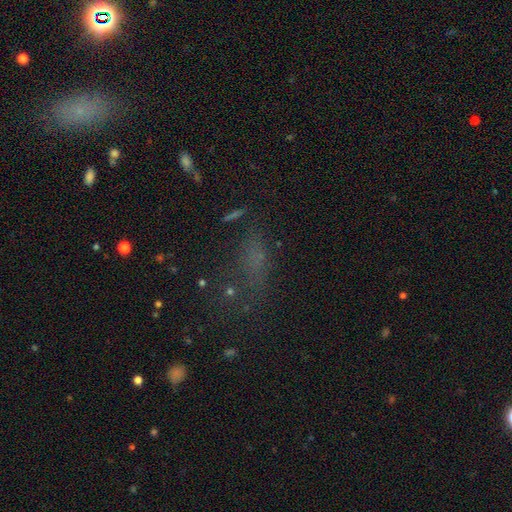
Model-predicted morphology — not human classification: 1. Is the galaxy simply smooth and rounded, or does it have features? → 52% smooth, 31% star or artifact, 17% featured or disk.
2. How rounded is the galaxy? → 63% in between, 26% cigar-shaped, 11% round.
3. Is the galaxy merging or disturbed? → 48% none, 24% major disturbance, 21% minor disturbance, 6% merger.